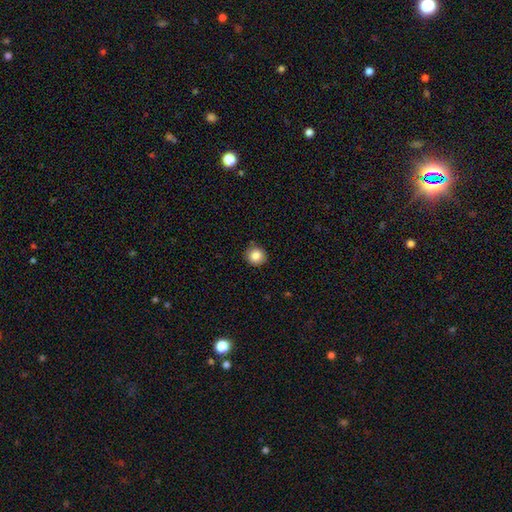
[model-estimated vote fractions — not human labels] Smooth or featured? Predicted: smooth (p=0.85). How rounded? Predicted: round (p=0.92). Merging? Predicted: none (p=0.87).